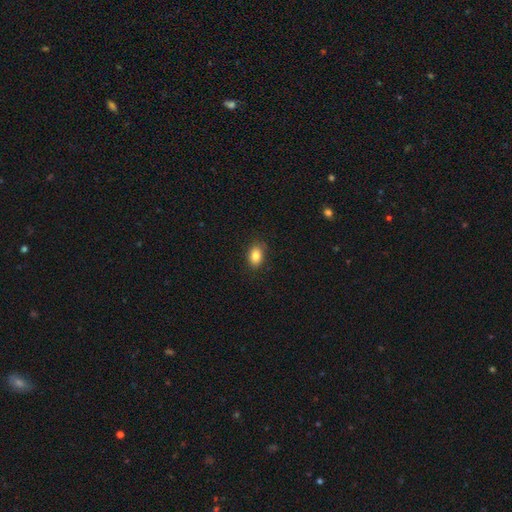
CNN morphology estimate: Overall: smooth (83%). How rounded: in between (79%). Merging: none (86%).